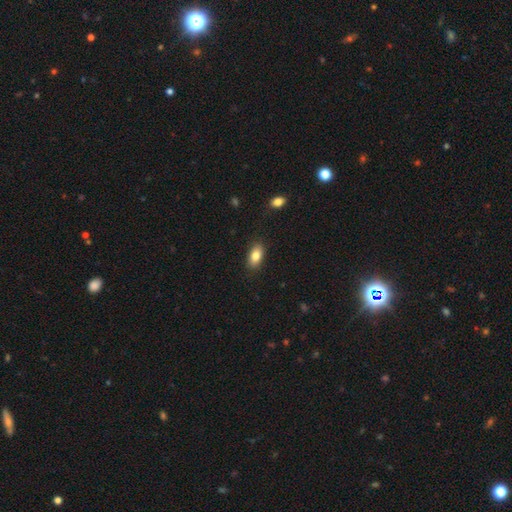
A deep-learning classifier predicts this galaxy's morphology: smooth-or-featured: smooth: 82% | featured or disk: 10% | star or artifact: 8%
  how-rounded: in between: 90% | round: 6% | cigar-shaped: 4%
  merging: none: 87% | minor disturbance: 10% | major disturbance: 2% | merger: 1%